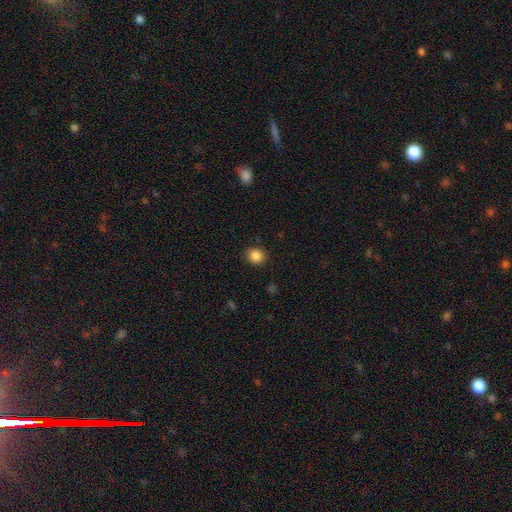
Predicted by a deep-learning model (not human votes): This appears to be a smooth galaxy with no disk features (87%) that is round (80%). Merging: none (89%).